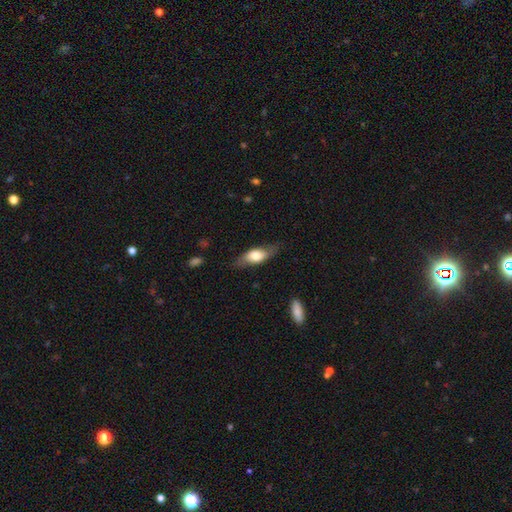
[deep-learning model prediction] Smooth or featured: smooth — 60% (featured or disk — 33%)
How rounded: in between — 71% (cigar-shaped — 25%)
Merging: none — 72% (minor disturbance — 20%)